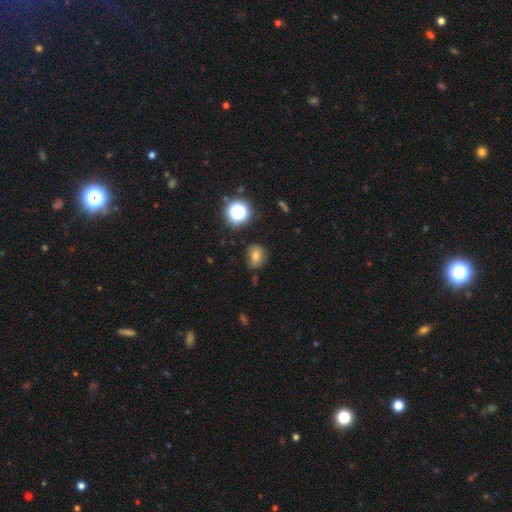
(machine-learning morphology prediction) Smooth or featured? smooth (68%)
How rounded? round (53%)
Merging? none (72%)